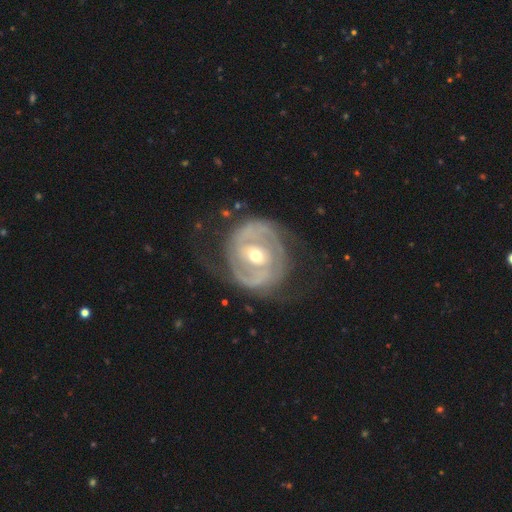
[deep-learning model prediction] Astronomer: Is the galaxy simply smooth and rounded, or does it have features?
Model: featured or disk — 84%.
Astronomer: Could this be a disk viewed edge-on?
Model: no — 97%.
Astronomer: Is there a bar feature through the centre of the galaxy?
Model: no — 51% (runner-up: weak, 34%).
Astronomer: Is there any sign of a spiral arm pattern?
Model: yes — 86%.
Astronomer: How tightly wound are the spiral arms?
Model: tight — 57%.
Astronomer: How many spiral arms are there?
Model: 2 — 58%.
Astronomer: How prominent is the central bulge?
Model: moderate — 64%.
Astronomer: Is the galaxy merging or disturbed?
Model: none — 60%.